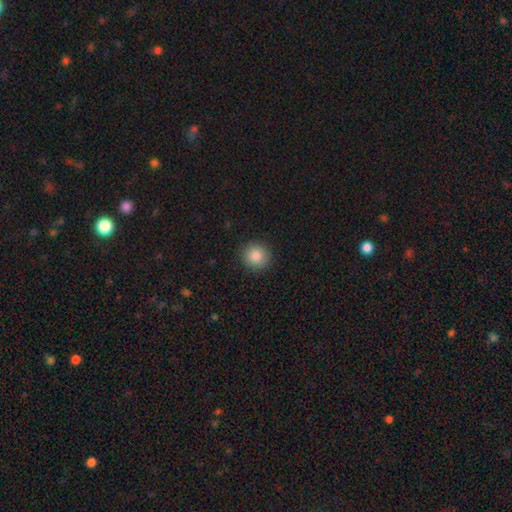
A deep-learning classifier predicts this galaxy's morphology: The model was most divided on "smooth or featured": smooth: 86%, star or artifact: 9%, featured or disk: 5%. More confident: how rounded — round (92%); merging — none (91%).